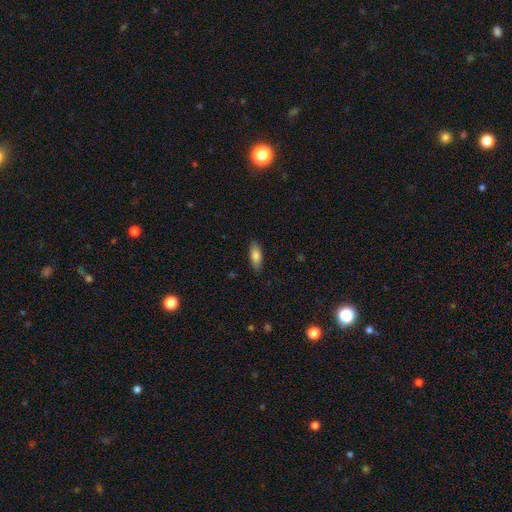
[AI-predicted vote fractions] smooth-or-featured: smooth: 79% | featured or disk: 14% | star or artifact: 7%
  how-rounded: in between: 79% | cigar-shaped: 19% | round: 2%
  merging: none: 85% | minor disturbance: 12% | major disturbance: 2% | merger: 1%